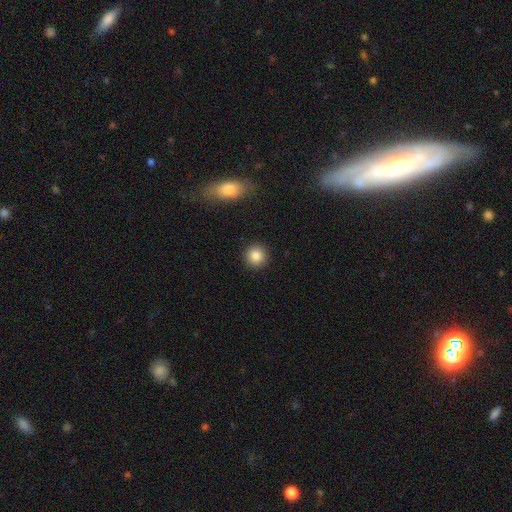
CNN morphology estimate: smooth-or-featured: smooth: 85% | star or artifact: 9% | featured or disk: 6%
  how-rounded: round: 93% | in between: 6% | cigar-shaped: 1%
  merging: none: 91% | minor disturbance: 5% | major disturbance: 2% | merger: 1%